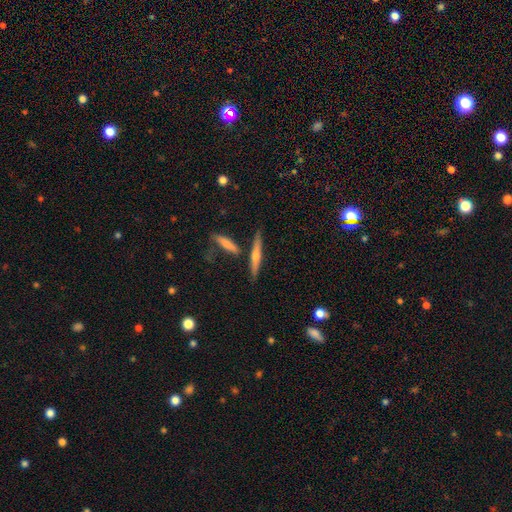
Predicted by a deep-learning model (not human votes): Q: Smooth or featured?
A: featured or disk (57%); runner-up: smooth (36%)
Q: Edge-on disk?
A: yes (95%); runner-up: no (5%)
Q: Edge-on bulge?
A: rounded (80%); runner-up: none (14%)
Q: Merging?
A: none (75%); runner-up: merger (12%)